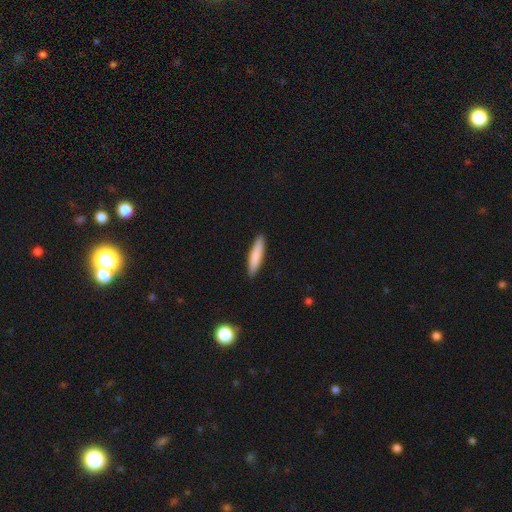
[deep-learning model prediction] Q: Smooth or featured?
A: smooth (82%); runner-up: featured or disk (13%)
Q: How rounded?
A: cigar-shaped (85%); runner-up: in between (14%)
Q: Merging?
A: none (91%); runner-up: minor disturbance (7%)